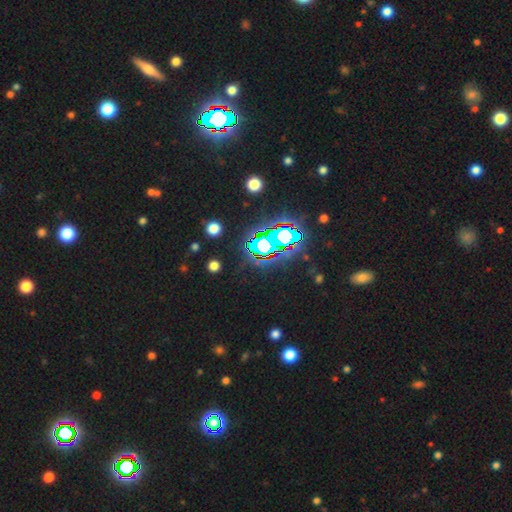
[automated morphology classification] smooth-or-featured: star or artifact: 81% | smooth: 11% | featured or disk: 8%